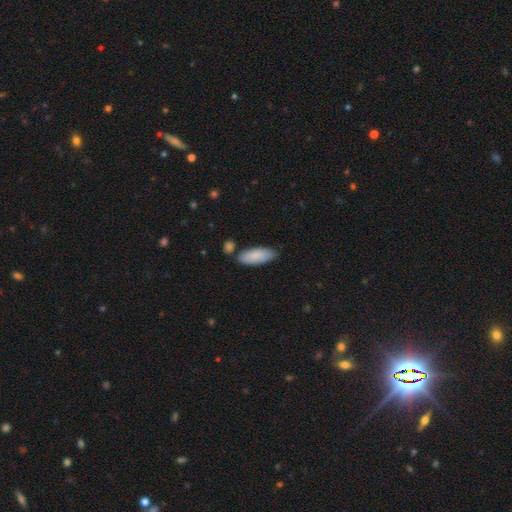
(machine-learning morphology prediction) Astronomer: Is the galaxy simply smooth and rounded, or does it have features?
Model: smooth — 84%.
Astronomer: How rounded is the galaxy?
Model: in between — 76%.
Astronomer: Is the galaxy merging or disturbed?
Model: none — 70%.